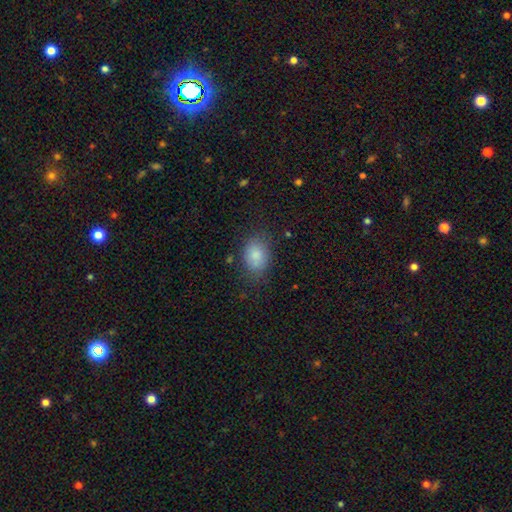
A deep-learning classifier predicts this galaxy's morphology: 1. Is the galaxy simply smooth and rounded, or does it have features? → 83% smooth, 9% star or artifact, 8% featured or disk.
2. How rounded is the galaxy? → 74% in between, 25% round, 1% cigar-shaped.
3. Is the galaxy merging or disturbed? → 74% none, 18% minor disturbance, 6% major disturbance, 2% merger.